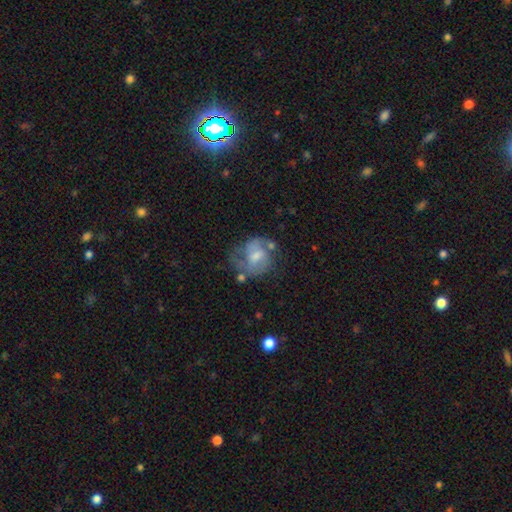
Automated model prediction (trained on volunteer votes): Smooth or featured? featured or disk (55%)
Edge-on disk? no (97%)
Bar? weak (48%)
Spiral arms? yes (61%)
Bulge size? moderate (49%)
Merging? none (43%)